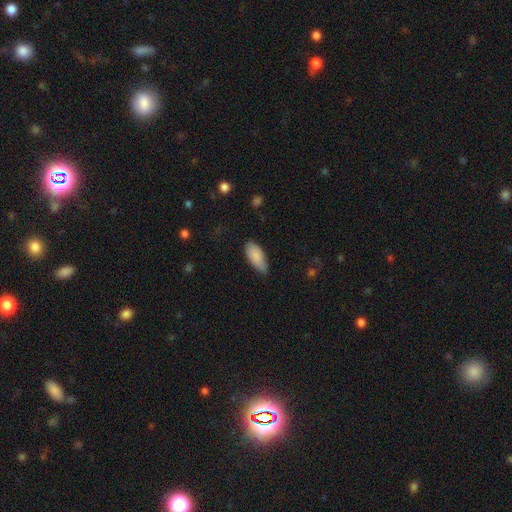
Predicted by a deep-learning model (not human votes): Q: Smooth or featured?
A: smooth (88%); runner-up: star or artifact (6%)
Q: How rounded?
A: in between (89%); runner-up: cigar-shaped (10%)
Q: Merging?
A: none (65%); runner-up: minor disturbance (29%)